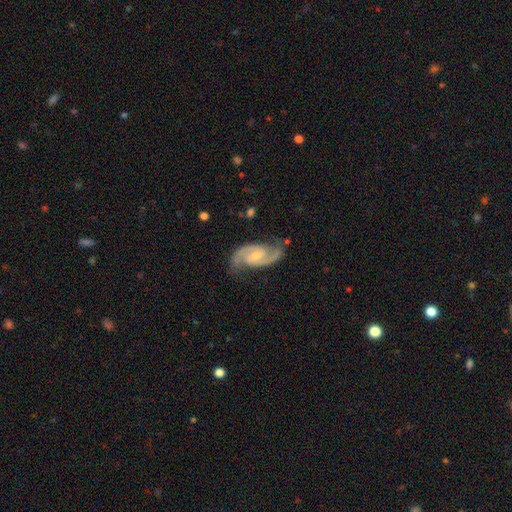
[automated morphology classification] type=featured or disk (92%); edge-on=no (98%); bar=weak (45%); spiral arms=yes (98%); winding=medium (59%); arm count=2 (94%); bulge=small (58%); merging=none (79%).